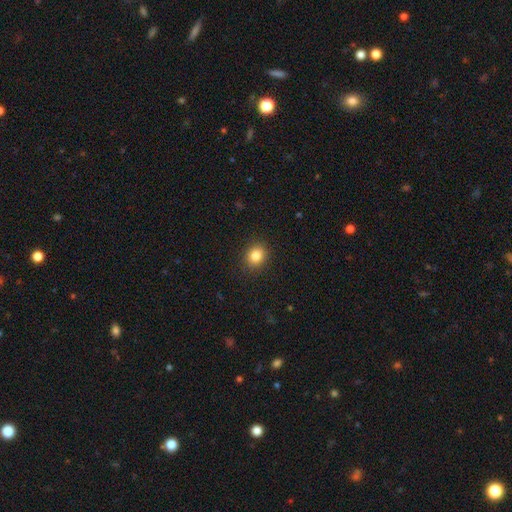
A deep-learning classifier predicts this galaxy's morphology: A smooth galaxy with no disk features (83%) that is round (70%).

Vote fractions:
- Smooth or featured? smooth: 83% / star or artifact: 11% / featured or disk: 6%
- How rounded? round: 70% / in between: 29% / cigar-shaped: 1%
- Merging? none: 90% / minor disturbance: 6% / major disturbance: 2% / merger: 1%